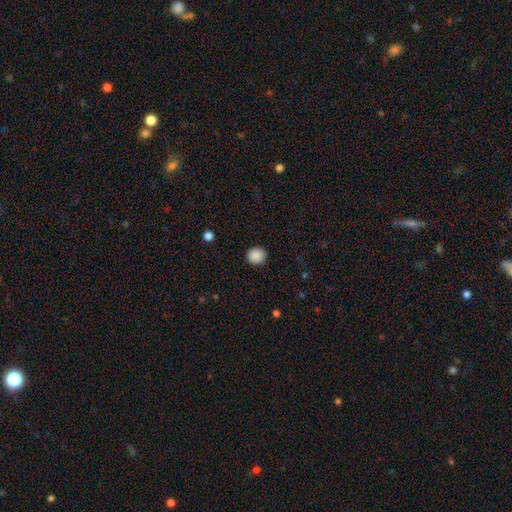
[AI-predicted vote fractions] The model was most divided on "how rounded": round: 84%, in between: 15%, cigar-shaped: 1%. More confident: merging — none (90%); smooth or featured — smooth (89%).